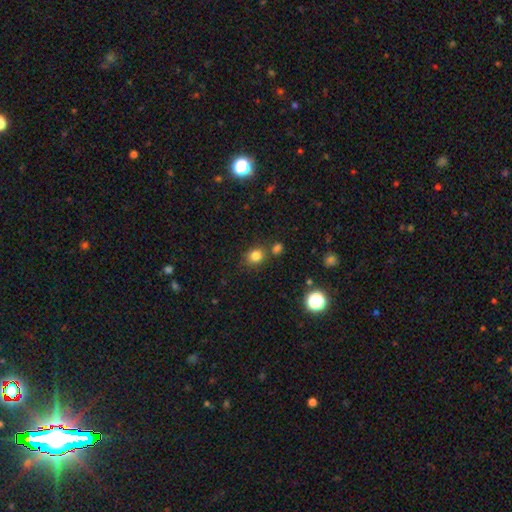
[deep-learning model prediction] Smooth or featured? smooth (80%)
How rounded? round (64%)
Merging? none (71%)